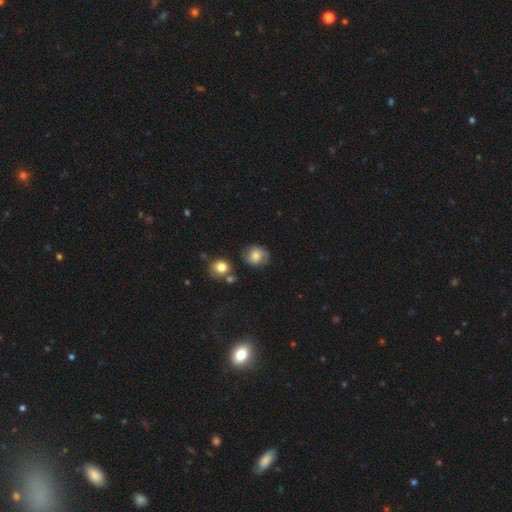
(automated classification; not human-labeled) A smooth galaxy with no disk features (63%) that is round (74%).

Vote fractions:
- Smooth or featured? smooth: 63% / featured or disk: 27% / star or artifact: 10%
- How rounded? round: 74% / in between: 25% / cigar-shaped: 1%
- Merging? none: 69% / minor disturbance: 20% / major disturbance: 6% / merger: 5%